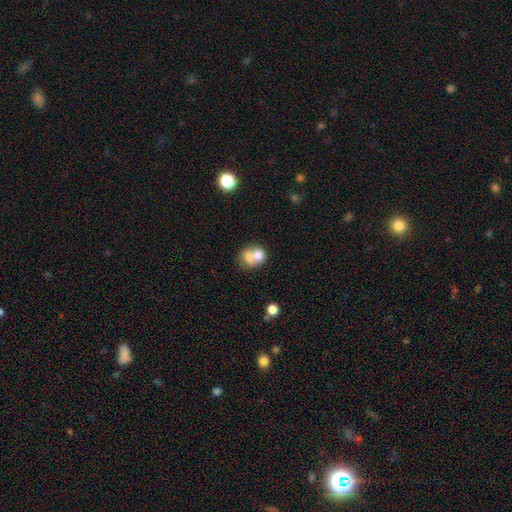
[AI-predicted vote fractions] Q: Smooth or featured?
A: smooth (68%); runner-up: featured or disk (23%)
Q: How rounded?
A: round (59%); runner-up: in between (41%)
Q: Merging?
A: merger (68%); runner-up: none (22%)